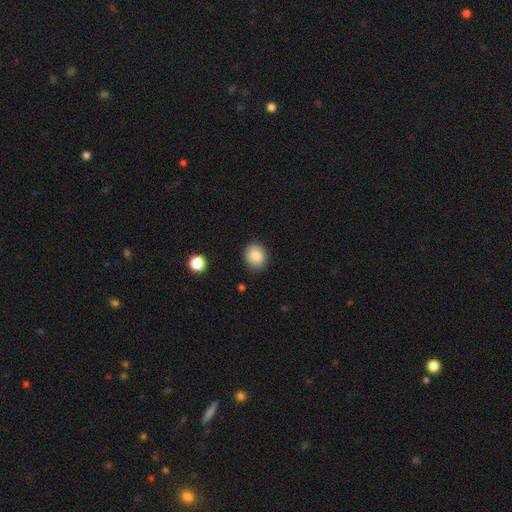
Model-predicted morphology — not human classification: This is clearly a smooth galaxy (87%). How rounded: likely round (67%). Merging: clearly none (85%).